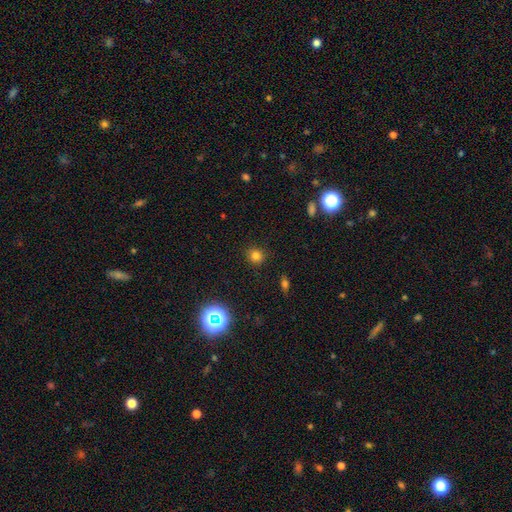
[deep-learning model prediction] Smooth or featured?
  - smooth: 76% *
  - star or artifact: 18%
  - featured or disk: 6%
How rounded?
  - round: 89% *
  - in between: 10%
  - cigar-shaped: 1%
Merging?
  - none: 89% *
  - minor disturbance: 7%
  - major disturbance: 2%
  - merger: 2%